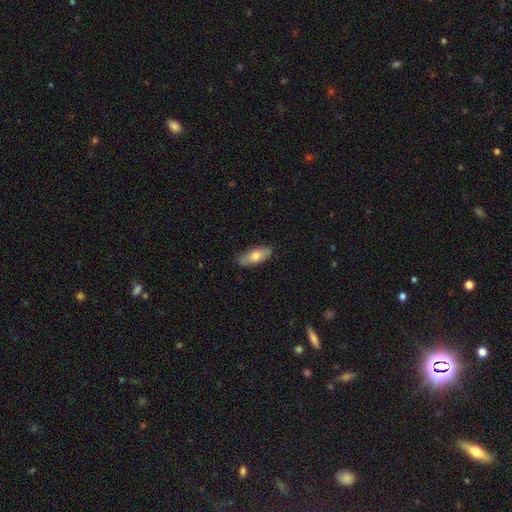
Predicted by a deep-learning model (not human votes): Smooth or featured? Predicted: smooth (p=0.72). How rounded? Predicted: in between (p=0.77). Merging? Predicted: none (p=0.83).